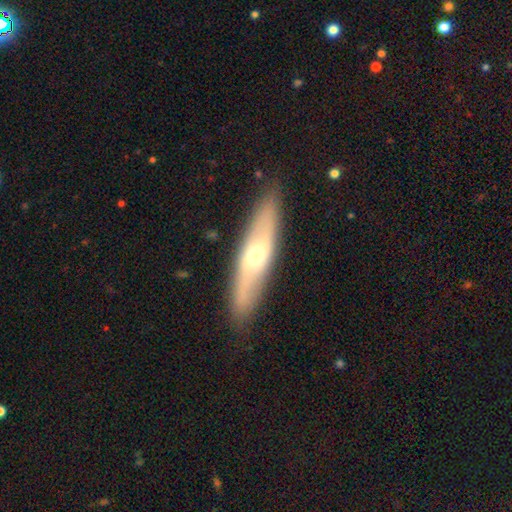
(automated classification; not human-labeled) smooth-or-featured: featured or disk: 59% | smooth: 35% | star or artifact: 6%
  disk-edge-on: yes: 51% | no: 49%
  merging: none: 87% | minor disturbance: 9% | major disturbance: 2% | merger: 1%